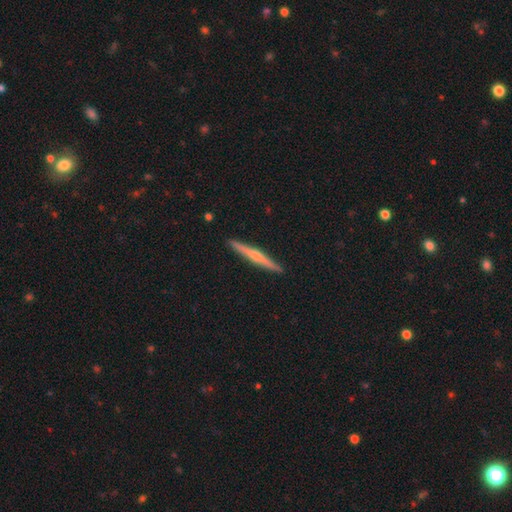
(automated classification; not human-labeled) featured or disk 58%, smooth 37%, star or artifact 6%. Down the decision tree: edge-on disk — yes (98%); edge-on bulge — rounded (60%); merging — none (92%).